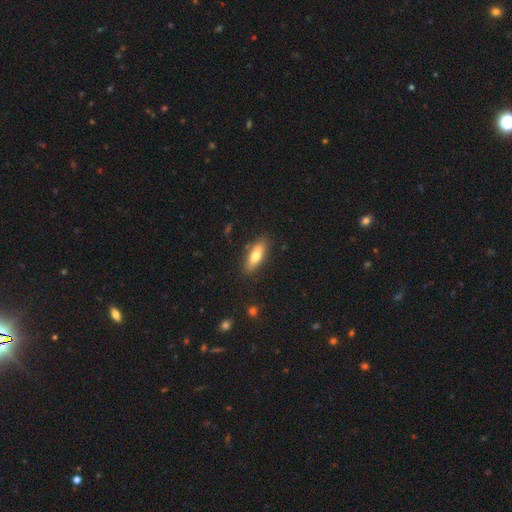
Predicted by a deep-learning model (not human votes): Morphology: type=smooth (70%); roundness=in between (59%); merging=none (83%).